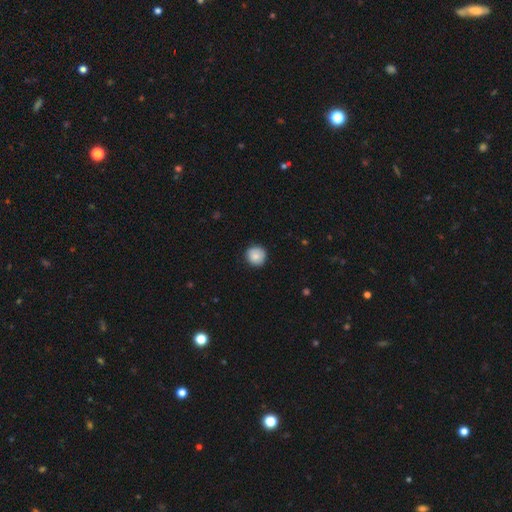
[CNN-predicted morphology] smooth_or_featured: smooth (p=0.84) [alt: featured or disk p=0.08]
how_rounded: round (p=0.94) [alt: in between p=0.05]
merging: none (p=0.86) [alt: minor disturbance p=0.11]